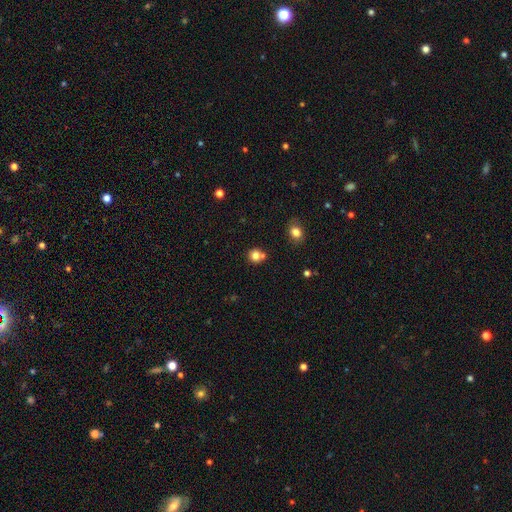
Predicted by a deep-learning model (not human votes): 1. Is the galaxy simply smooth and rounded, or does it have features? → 79% smooth, 12% star or artifact, 8% featured or disk.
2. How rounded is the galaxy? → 88% round, 11% in between, 1% cigar-shaped.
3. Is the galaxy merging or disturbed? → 65% none, 23% merger, 9% minor disturbance, 3% major disturbance.